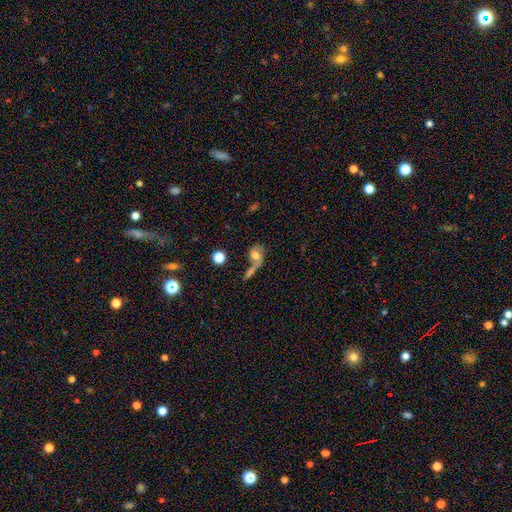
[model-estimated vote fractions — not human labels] This is possibly a smooth galaxy (50%). How rounded: possibly in between (55%). Merging: marginally merger (41%).